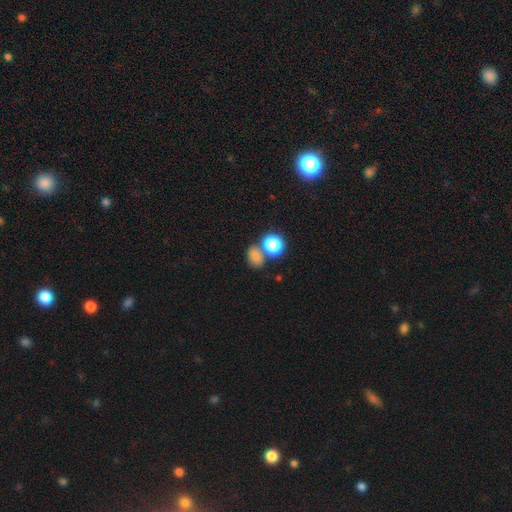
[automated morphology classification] This appears to be a smooth galaxy with no disk features (71%) that is in between round and cigar-shaped (56%). Merging: none (55%).